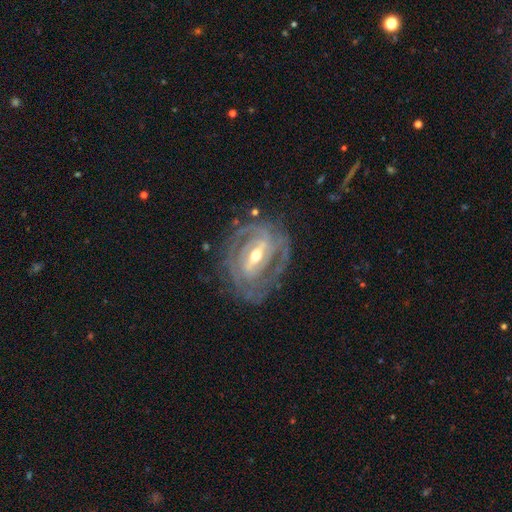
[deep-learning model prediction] This is clearly a featured or disk galaxy (89%). It is clearly not viewed edge-on (94%). Bar: likely strong (61%). Spiral arm pattern: clearly yes (92%). Spiral arm count: marginally 2 (35%). Spiral winding: likely tight (69%). Central bulge: likely moderate (63%). Merging: likely none (72%).